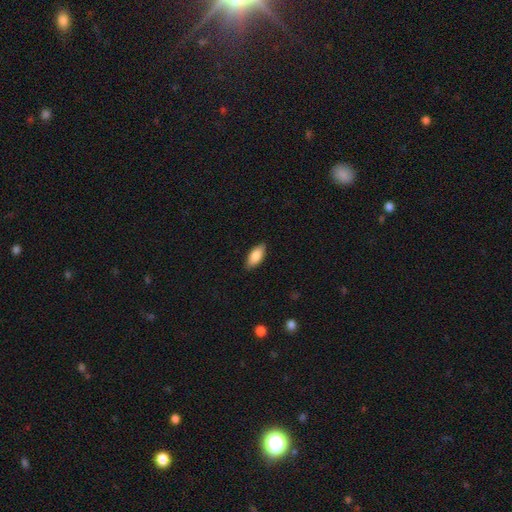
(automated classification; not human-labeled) Smooth or featured?
  - smooth: 84% *
  - featured or disk: 10%
  - star or artifact: 6%
How rounded?
  - in between: 85% *
  - cigar-shaped: 13%
  - round: 2%
Merging?
  - none: 87% *
  - minor disturbance: 11%
  - major disturbance: 2%
  - merger: 1%